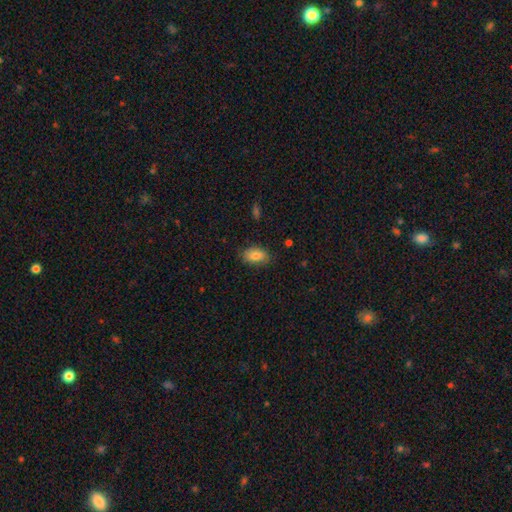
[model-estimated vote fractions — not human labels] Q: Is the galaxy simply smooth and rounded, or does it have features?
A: smooth — 81%.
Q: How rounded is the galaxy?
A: in between — 90%.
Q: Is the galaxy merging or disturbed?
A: none — 80%.